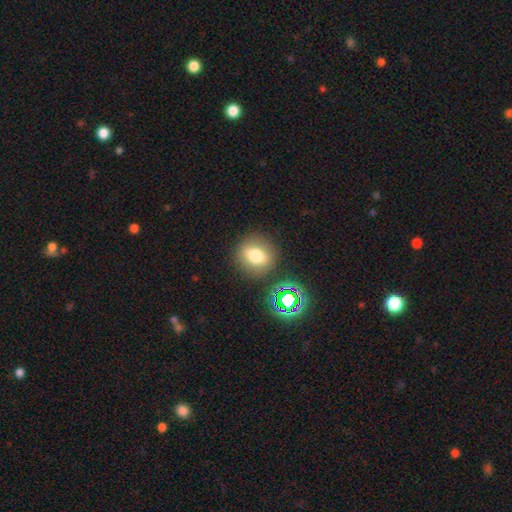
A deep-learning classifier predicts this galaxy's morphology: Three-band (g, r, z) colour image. It shows a smooth galaxy with no disk features (66%) that is round (76%). Merging: none (85%).